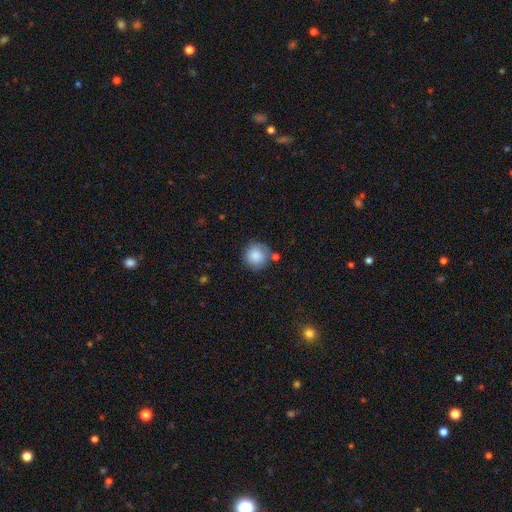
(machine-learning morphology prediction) smooth-or-featured: smooth: 86% | star or artifact: 8% | featured or disk: 6%
  how-rounded: round: 93% | in between: 6% | cigar-shaped: 1%
  merging: none: 71% | minor disturbance: 16% | merger: 9% | major disturbance: 4%